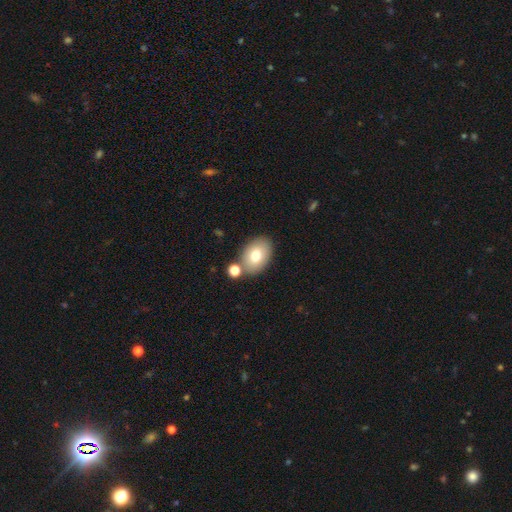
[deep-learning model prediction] The model was most divided on "smooth or featured": smooth: 75%, featured or disk: 17%, star or artifact: 8%. More confident: how rounded — in between (83%); merging — none (73%).